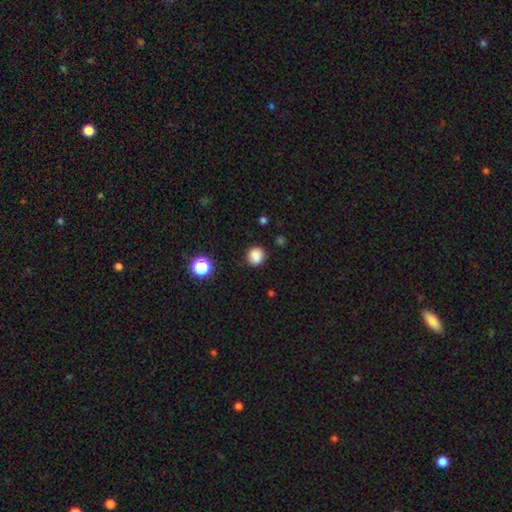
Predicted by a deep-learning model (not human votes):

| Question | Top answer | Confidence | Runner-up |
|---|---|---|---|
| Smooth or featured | smooth | 84% | star or artifact (12%) |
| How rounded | round | 89% | in between (10%) |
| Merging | none | 87% | minor disturbance (9%) |